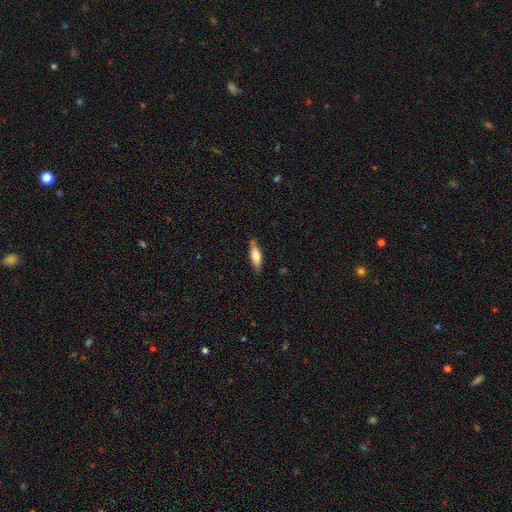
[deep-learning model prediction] Q: Smooth or featured?
A: smooth (71%); runner-up: featured or disk (23%)
Q: How rounded?
A: in between (49%); tied with: cigar-shaped (49%)
Q: Merging?
A: none (82%); runner-up: minor disturbance (14%)